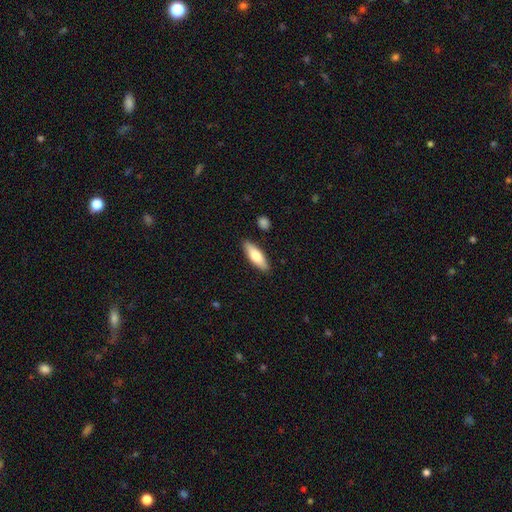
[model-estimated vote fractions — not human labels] Smooth or featured? Predicted: smooth (p=0.71). How rounded? Predicted: in between (p=0.56). Merging? Predicted: none (p=0.87).